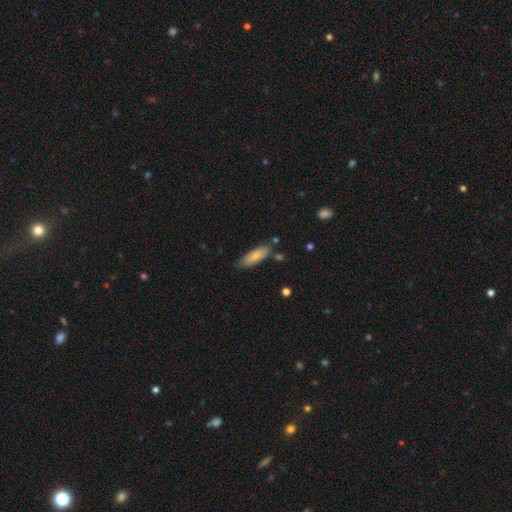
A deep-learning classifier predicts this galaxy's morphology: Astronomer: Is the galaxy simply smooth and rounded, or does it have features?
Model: smooth — 78%.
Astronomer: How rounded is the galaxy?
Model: in between — 56% (runner-up: cigar-shaped, 42%).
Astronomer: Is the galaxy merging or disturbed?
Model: none — 75%.